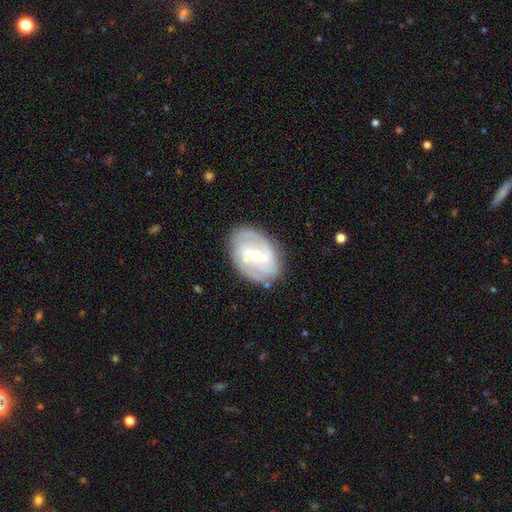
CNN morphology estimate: Smooth or featured? Predicted: featured or disk (p=0.82). Edge-on disk? Predicted: no (p=0.96). Bar? Predicted: weak (p=0.45). Spiral arms? Predicted: yes (p=0.90). Spiral winding? Predicted: tight (p=0.47). Spiral arm count? Predicted: 2 (p=0.63). Bulge size? Predicted: moderate (p=0.50). Merging? Predicted: none (p=0.80).